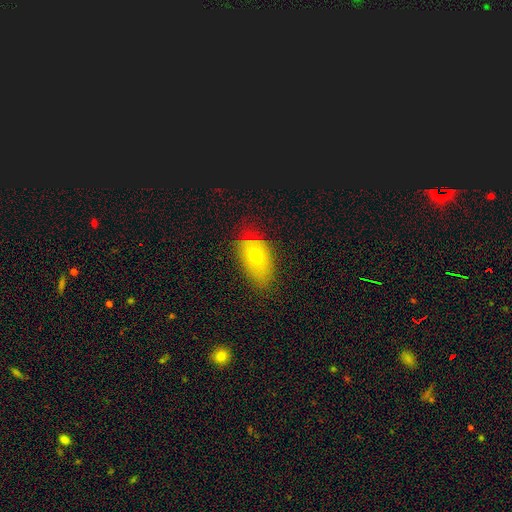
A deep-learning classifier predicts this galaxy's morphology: type=smooth (68%); roundness=in between (86%); merging=none (50%).